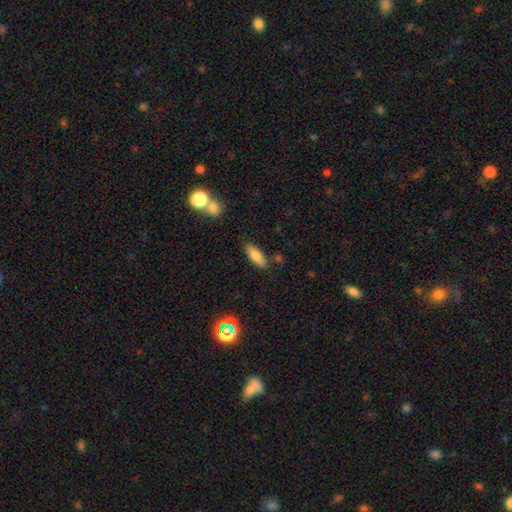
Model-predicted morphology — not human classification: Q: Smooth or featured?
A: smooth (79%); runner-up: featured or disk (13%)
Q: How rounded?
A: in between (66%); runner-up: cigar-shaped (31%)
Q: Merging?
A: none (81%); runner-up: minor disturbance (12%)